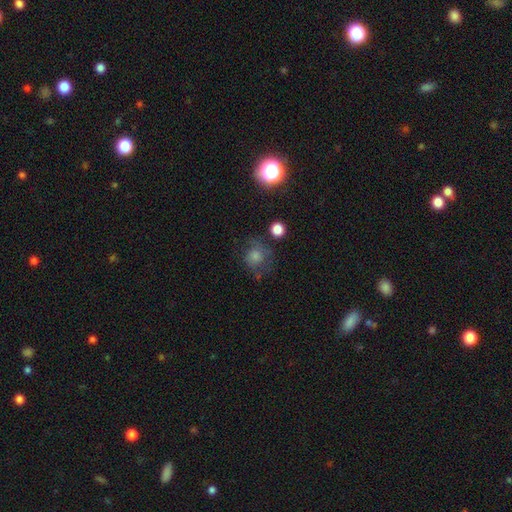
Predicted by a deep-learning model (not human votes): Smooth or featured: smooth — 69% (featured or disk — 18%)
How rounded: round — 79% (in between — 20%)
Merging: none — 54% (minor disturbance — 24%)